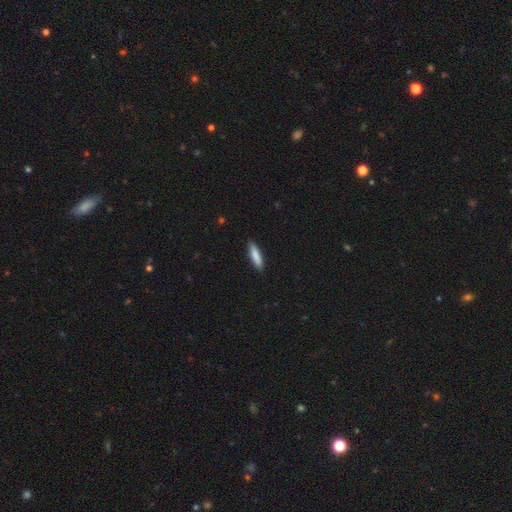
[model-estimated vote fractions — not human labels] Overall: smooth (84%). How rounded: cigar-shaped (76%). Merging: none (88%).